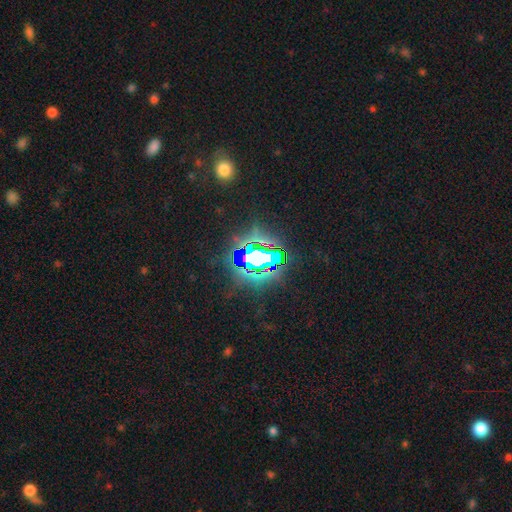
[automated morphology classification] This appears to be a star or artifact, not a galaxy (74%).